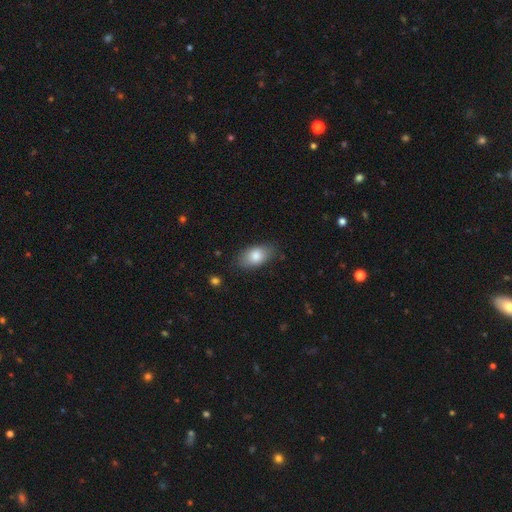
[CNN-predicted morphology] This appears to be a smooth galaxy with no disk features (82%) that is in between round and cigar-shaped (91%). Merging: none (79%).